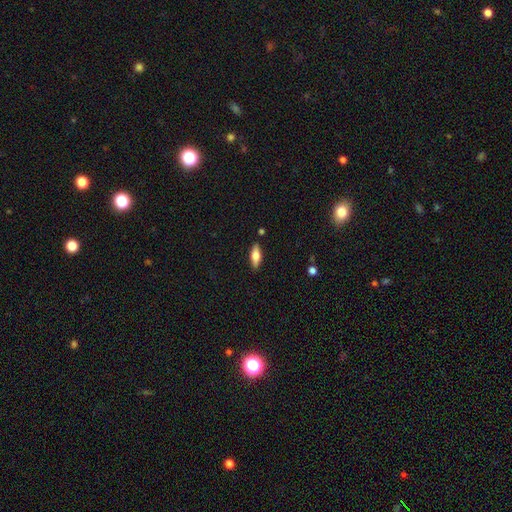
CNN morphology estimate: smooth 64%, featured or disk 29%, star or artifact 6%. Down the decision tree: how rounded — in between (65%); merging — none (86%).